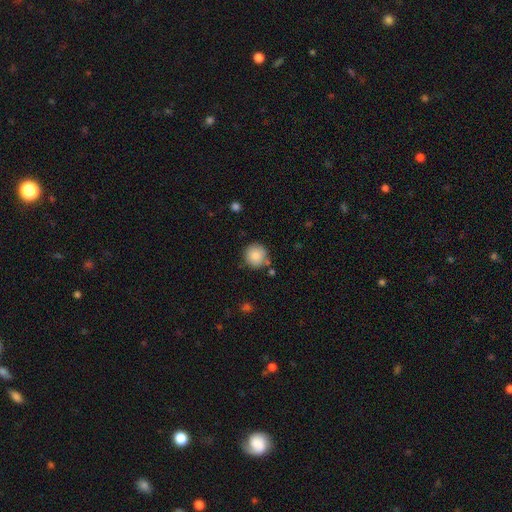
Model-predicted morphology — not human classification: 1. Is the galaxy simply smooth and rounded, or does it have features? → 85% smooth, 8% star or artifact, 6% featured or disk.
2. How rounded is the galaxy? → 95% round, 5% in between, 1% cigar-shaped.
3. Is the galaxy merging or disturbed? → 81% none, 11% minor disturbance, 6% merger, 3% major disturbance.